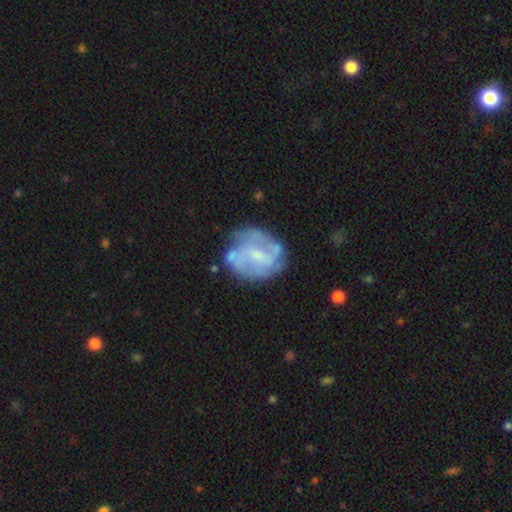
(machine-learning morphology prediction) Q: Smooth or featured?
A: featured or disk (69%); runner-up: smooth (23%)
Q: Edge-on disk?
A: no (98%); runner-up: yes (2%)
Q: Bar?
A: weak (48%); runner-up: no (36%)
Q: Spiral arms?
A: yes (65%); runner-up: no (35%)
Q: Bulge size?
A: small (51%); runner-up: moderate (28%)
Q: Merging?
A: none (60%); runner-up: minor disturbance (23%)